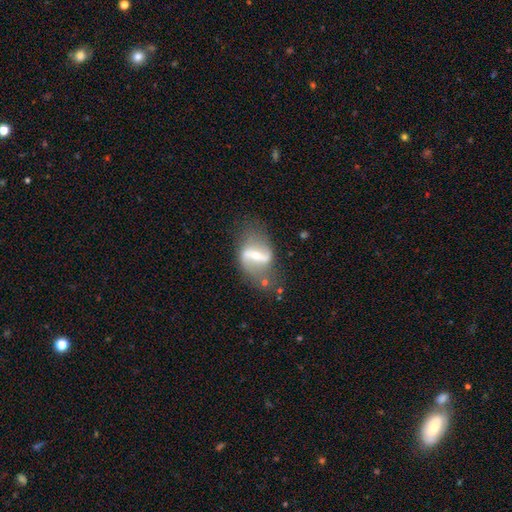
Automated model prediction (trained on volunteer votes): Smooth or featured: featured or disk — 79% (smooth — 14%)
Edge-on disk: no — 92% (yes — 8%)
Bar: strong — 69% (weak — 23%)
Spiral arms: yes — 72% (no — 28%)
Spiral winding: loose — 71% (medium — 23%)
Spiral arm count: 2 — 86% (can't tell — 6%)
Bulge size: small — 51% (moderate — 40%)
Merging: none — 61% (minor disturbance — 19%)